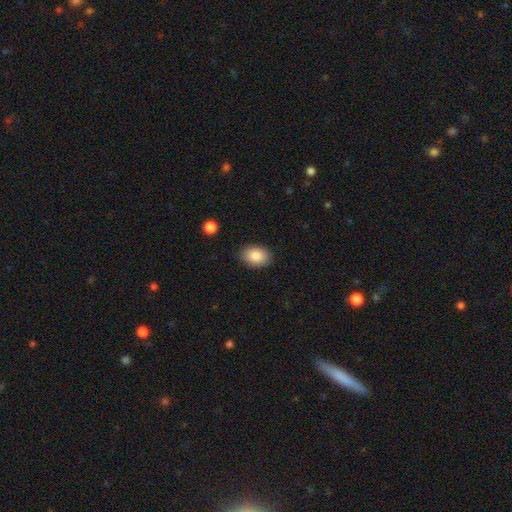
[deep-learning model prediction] This is clearly a smooth galaxy (87%). How rounded: clearly in between (81%). Merging: clearly none (87%).